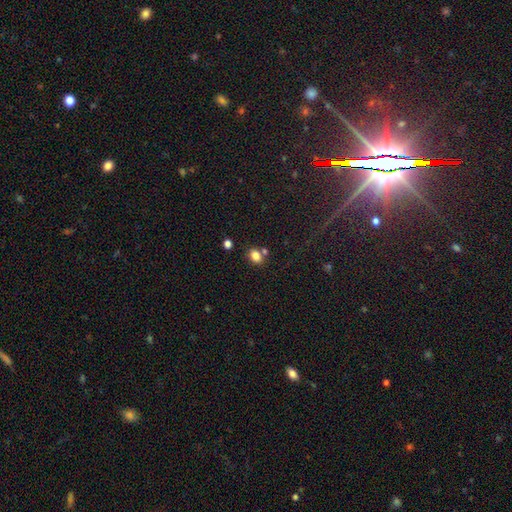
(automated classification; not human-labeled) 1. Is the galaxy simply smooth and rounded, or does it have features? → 82% smooth, 12% star or artifact, 6% featured or disk.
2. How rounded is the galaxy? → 59% in between, 40% round, 1% cigar-shaped.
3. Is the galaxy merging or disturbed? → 68% none, 17% merger, 12% minor disturbance, 3% major disturbance.